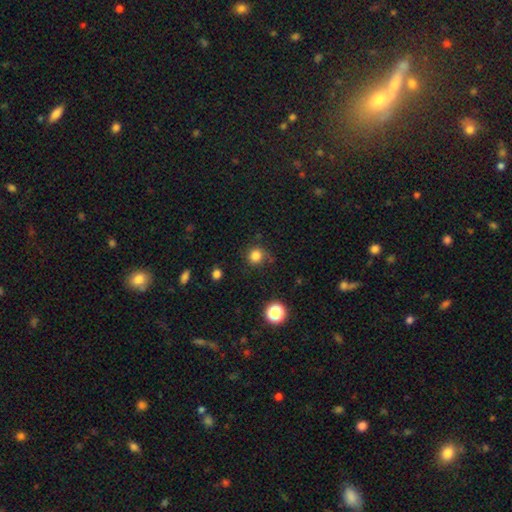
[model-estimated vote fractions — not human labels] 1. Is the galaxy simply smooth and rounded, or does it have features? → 82% smooth, 13% star or artifact, 5% featured or disk.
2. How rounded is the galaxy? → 92% round, 7% in between, 1% cigar-shaped.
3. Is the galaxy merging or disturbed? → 75% none, 16% minor disturbance, 6% major disturbance, 2% merger.